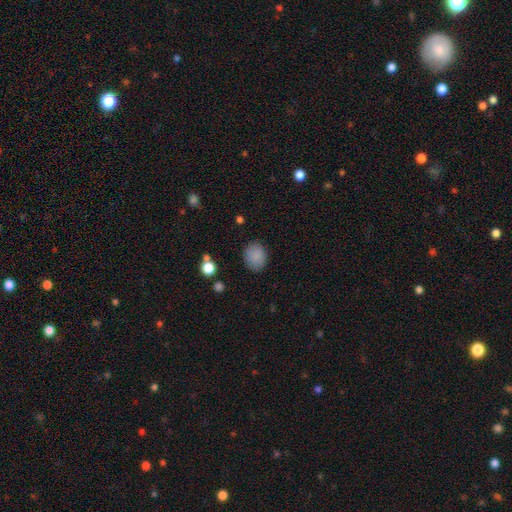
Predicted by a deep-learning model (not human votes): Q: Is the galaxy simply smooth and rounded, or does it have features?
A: smooth — 87%.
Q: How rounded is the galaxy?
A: in between — 51%.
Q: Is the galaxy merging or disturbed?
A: none — 84%.